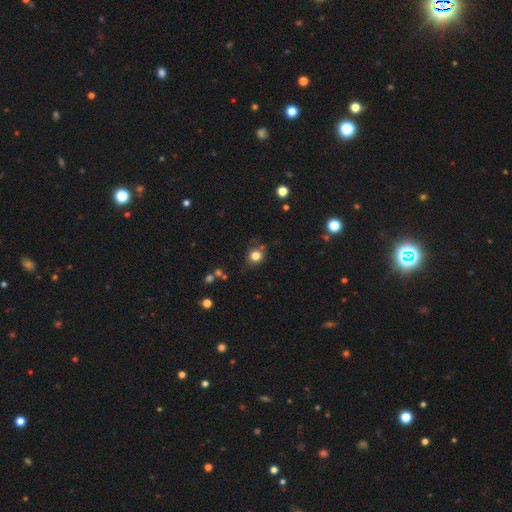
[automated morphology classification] Smooth or featured: smooth — 80% (star or artifact — 13%)
How rounded: round — 82% (in between — 17%)
Merging: none — 72% (minor disturbance — 18%)